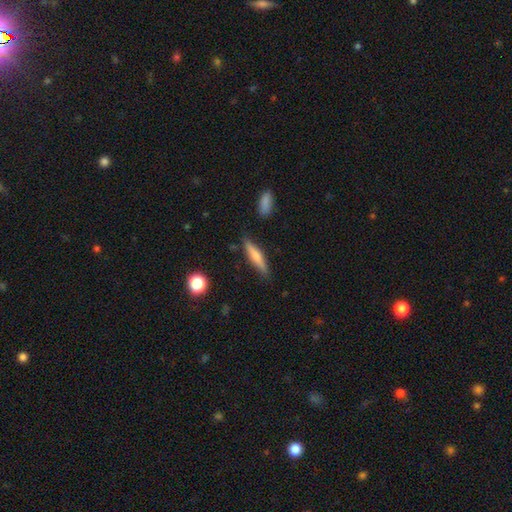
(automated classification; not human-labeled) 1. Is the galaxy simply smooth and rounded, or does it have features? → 59% smooth, 34% featured or disk, 7% star or artifact.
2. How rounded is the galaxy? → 85% cigar-shaped, 13% in between, 2% round.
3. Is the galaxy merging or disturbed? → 84% none, 11% minor disturbance, 3% major disturbance, 2% merger.